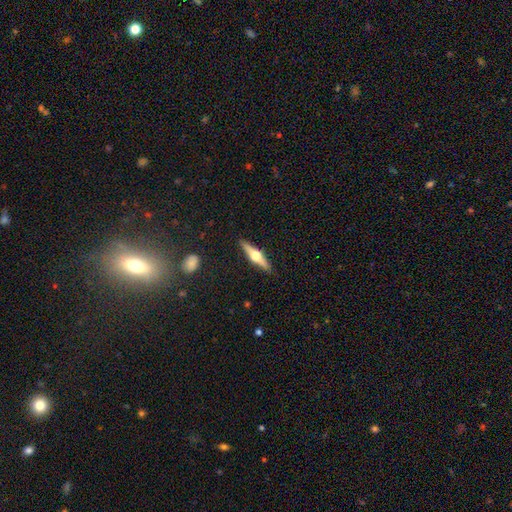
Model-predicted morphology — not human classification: Smooth or featured? Predicted: featured or disk (p=0.67). Edge-on disk? Predicted: yes (p=0.97). Edge-on bulge? Predicted: rounded (p=0.95). Merging? Predicted: none (p=0.90).